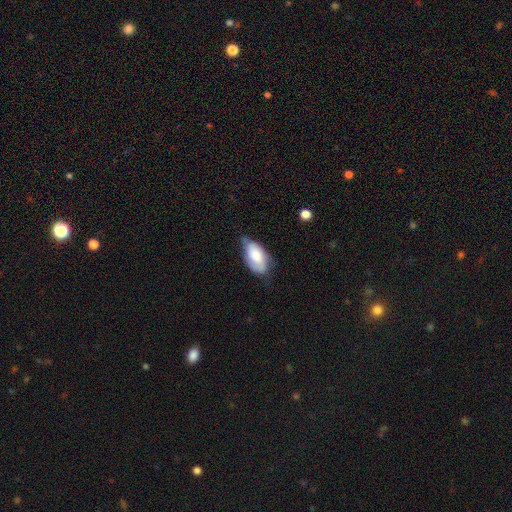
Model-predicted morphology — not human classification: Q: Smooth or featured?
A: smooth (68%); runner-up: featured or disk (26%)
Q: How rounded?
A: in between (94%); runner-up: round (3%)
Q: Merging?
A: none (43%); tied with: minor disturbance (43%)